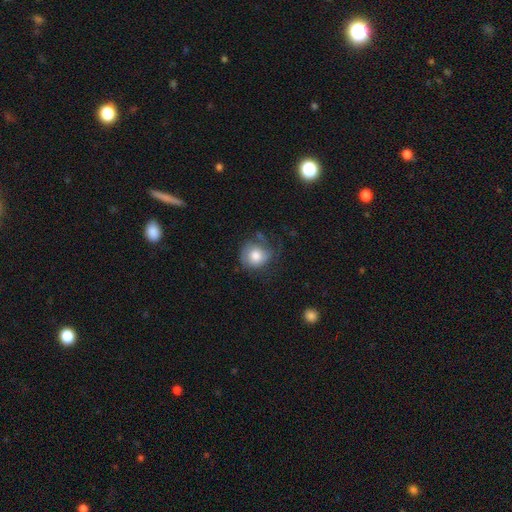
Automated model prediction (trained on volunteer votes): Q: Smooth or featured?
A: smooth (71%); runner-up: featured or disk (21%)
Q: How rounded?
A: round (82%); runner-up: in between (17%)
Q: Merging?
A: none (51%); runner-up: minor disturbance (28%)